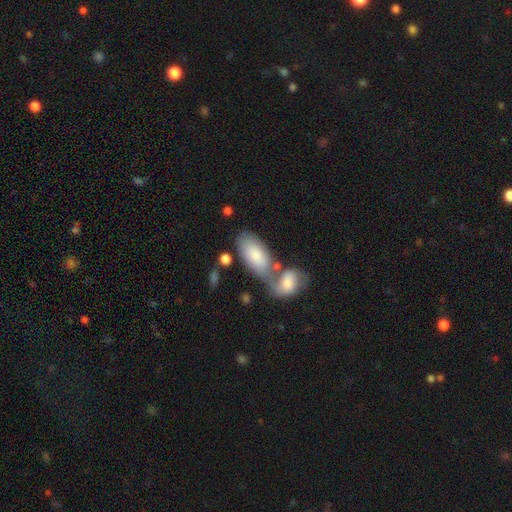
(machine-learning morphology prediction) Q: Smooth or featured?
A: smooth (78%); runner-up: featured or disk (17%)
Q: How rounded?
A: in between (93%); runner-up: cigar-shaped (5%)
Q: Merging?
A: merger (43%); runner-up: none (38%)